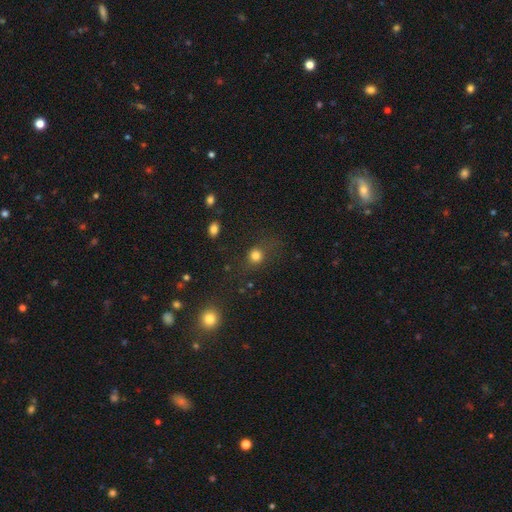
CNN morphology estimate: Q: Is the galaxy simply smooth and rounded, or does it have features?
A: smooth — 78%.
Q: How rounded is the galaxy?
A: round — 79%.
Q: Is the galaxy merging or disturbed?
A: none — 71%.